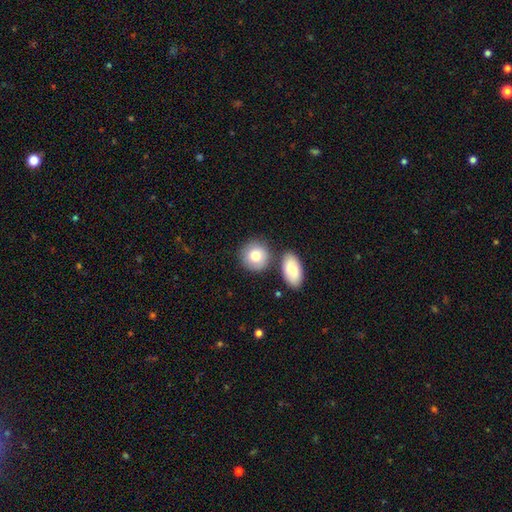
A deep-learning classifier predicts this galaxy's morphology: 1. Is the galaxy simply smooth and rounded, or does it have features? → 82% smooth, 12% featured or disk, 6% star or artifact.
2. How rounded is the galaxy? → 80% round, 19% in between, 1% cigar-shaped.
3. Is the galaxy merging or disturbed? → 67% none, 18% merger, 12% minor disturbance, 3% major disturbance.